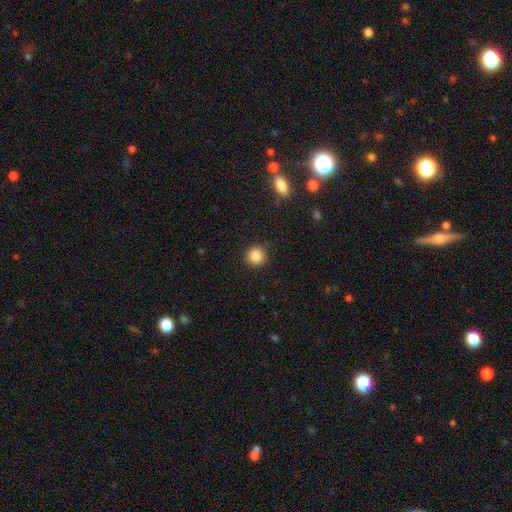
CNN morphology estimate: This is clearly a smooth galaxy (85%). How rounded: clearly round (92%). Merging: clearly none (88%).